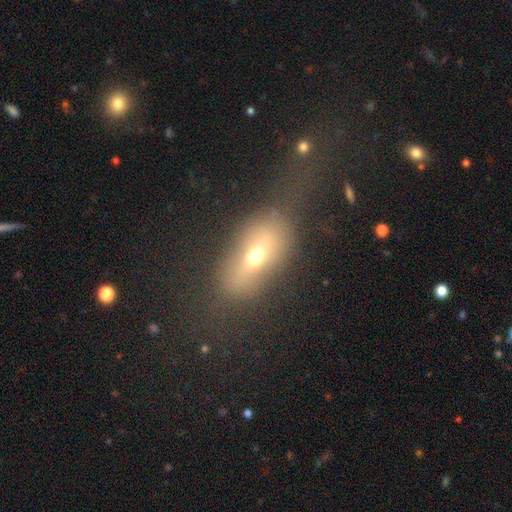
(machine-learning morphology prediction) Overall: smooth (54%; featured or disk 33%). How rounded: in between (73%). Merging: none (40%; major disturbance 34%).